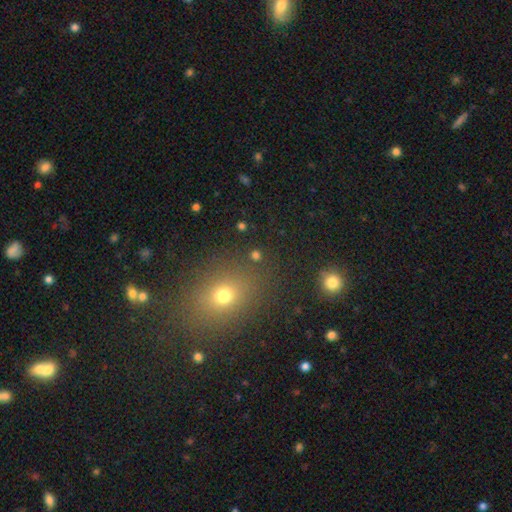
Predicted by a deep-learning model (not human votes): Smooth or featured? Predicted: smooth (p=0.66). How rounded? Predicted: round (p=0.79). Merging? Predicted: none (p=0.83).